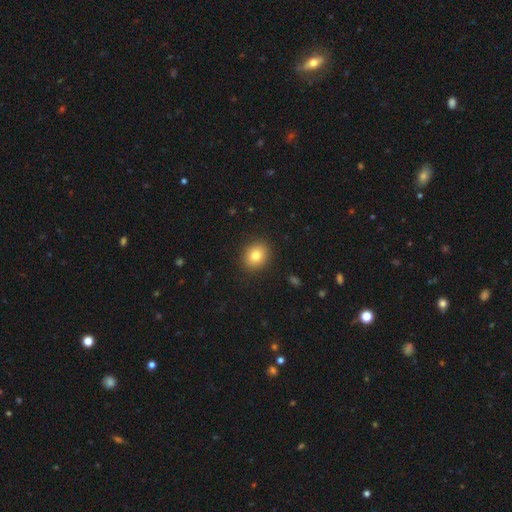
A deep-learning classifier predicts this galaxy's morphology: This is likely a smooth galaxy (80%). How rounded: likely round (65%). Merging: clearly none (90%).